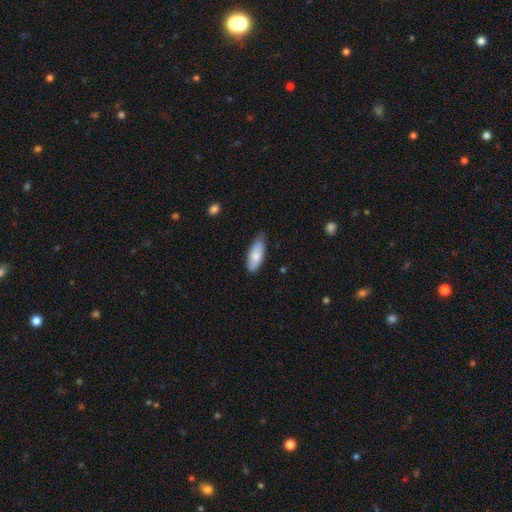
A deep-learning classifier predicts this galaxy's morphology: smooth-or-featured: smooth: 79% | featured or disk: 15% | star or artifact: 6%
  how-rounded: in between: 76% | cigar-shaped: 22% | round: 2%
  merging: none: 62% | minor disturbance: 32% | major disturbance: 4% | merger: 2%